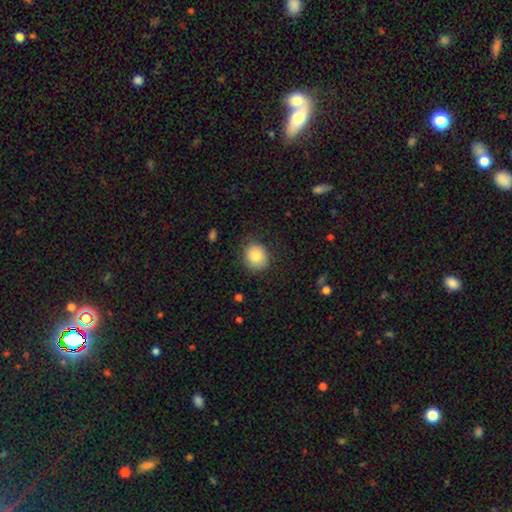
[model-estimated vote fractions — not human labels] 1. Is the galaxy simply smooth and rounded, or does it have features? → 84% smooth, 8% star or artifact, 8% featured or disk.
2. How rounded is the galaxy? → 79% round, 20% in between, 1% cigar-shaped.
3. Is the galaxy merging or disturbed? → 80% none, 15% minor disturbance, 4% major disturbance, 1% merger.